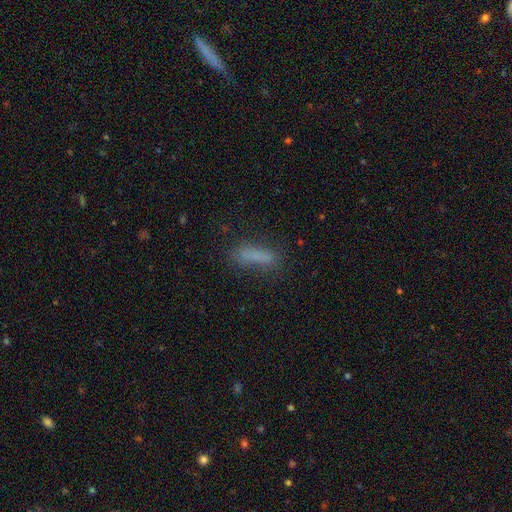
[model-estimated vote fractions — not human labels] A smooth galaxy with no disk features (76%) that is cigar-shaped (70%). Merging: none (74%).